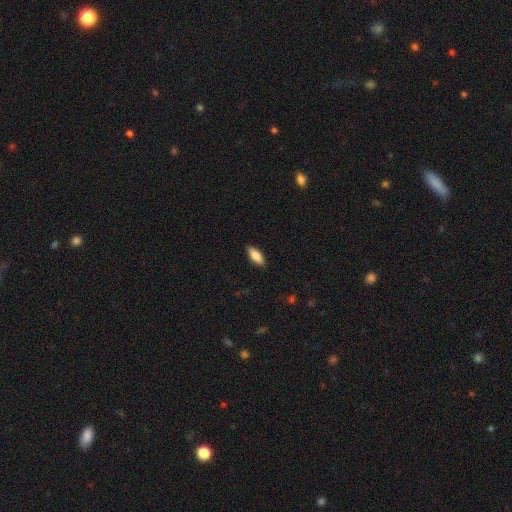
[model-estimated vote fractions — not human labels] This appears to be a smooth galaxy with no disk features (80%) that is in between round and cigar-shaped (76%). Merging: none (89%).